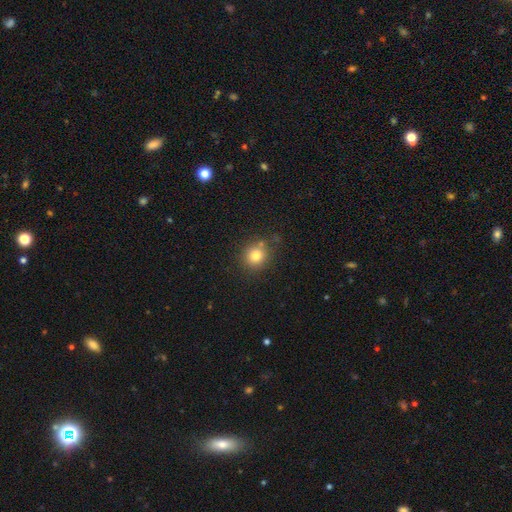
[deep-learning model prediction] This is likely a smooth galaxy (79%). How rounded: clearly round (85%). Merging: likely none (76%).